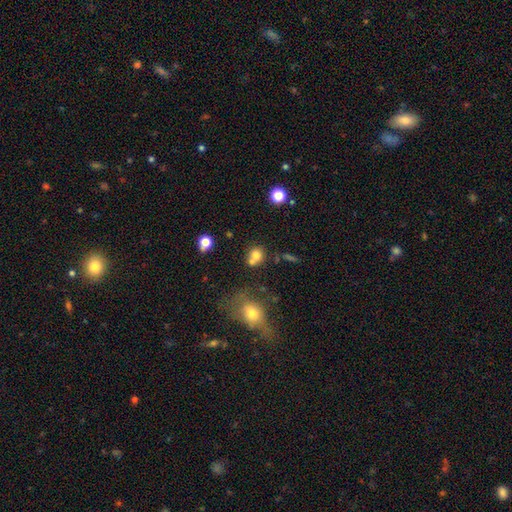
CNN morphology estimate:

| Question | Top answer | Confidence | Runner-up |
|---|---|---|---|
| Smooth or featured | smooth | 75% | star or artifact (14%) |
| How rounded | round | 82% | in between (17%) |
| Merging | none | 50% | merger (37%) |